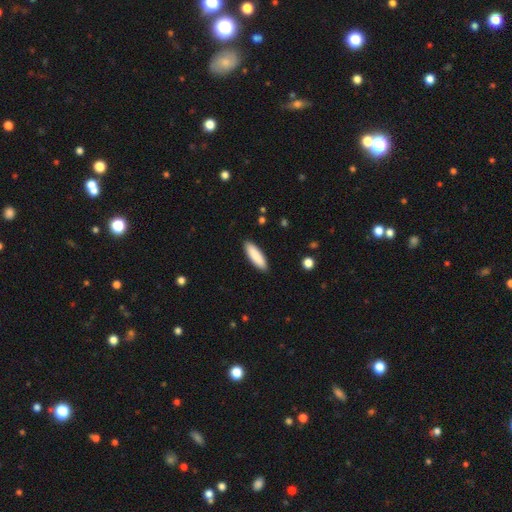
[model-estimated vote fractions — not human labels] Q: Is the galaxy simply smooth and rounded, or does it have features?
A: smooth — 89%.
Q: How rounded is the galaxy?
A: cigar-shaped — 54%.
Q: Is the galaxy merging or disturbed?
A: none — 90%.